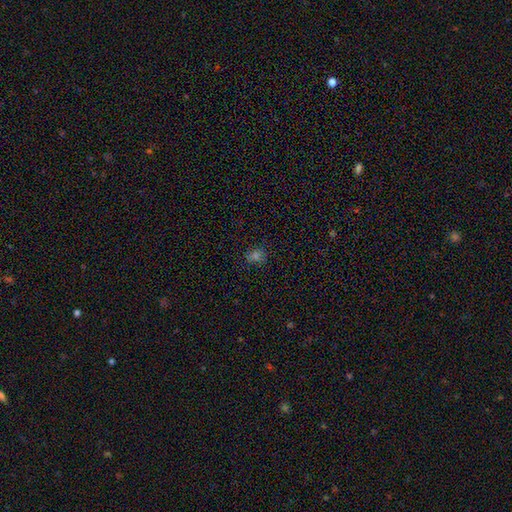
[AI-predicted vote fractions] smooth_or_featured: smooth (p=0.59) [alt: star or artifact p=0.31]
how_rounded: round (p=0.62) [alt: in between p=0.37]
merging: none (p=0.78) [alt: minor disturbance p=0.15]